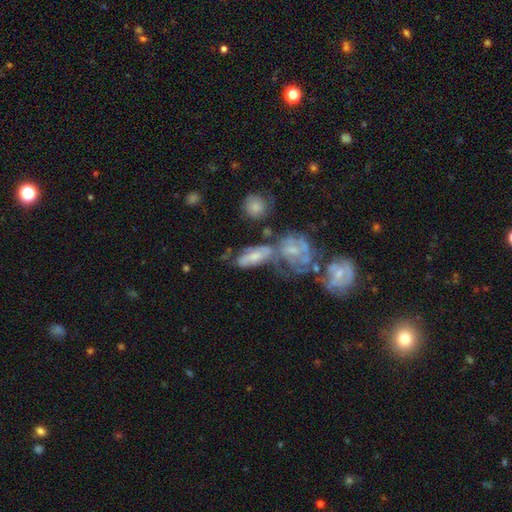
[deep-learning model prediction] A featured or disk galaxy (56%).

Vote fractions:
- Smooth or featured? featured or disk: 56% / smooth: 30% / star or artifact: 14%
- Edge-on disk? no: 90% / yes: 10%
- Merging? merger: 42% / none: 31% / minor disturbance: 15% / major disturbance: 12%